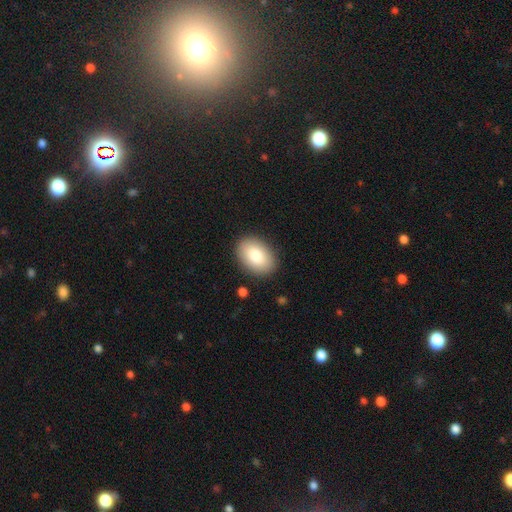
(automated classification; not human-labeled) Q: Smooth or featured?
A: smooth (85%); runner-up: featured or disk (9%)
Q: How rounded?
A: in between (85%); runner-up: round (14%)
Q: Merging?
A: none (87%); runner-up: minor disturbance (9%)